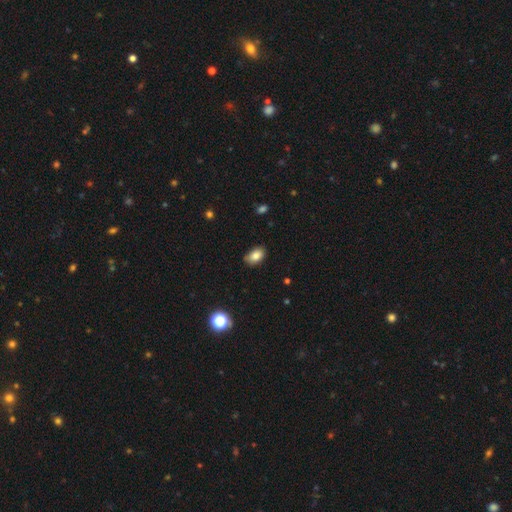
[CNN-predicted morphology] Smooth or featured? Predicted: smooth (p=0.83). How rounded? Predicted: in between (p=0.89). Merging? Predicted: none (p=0.83).